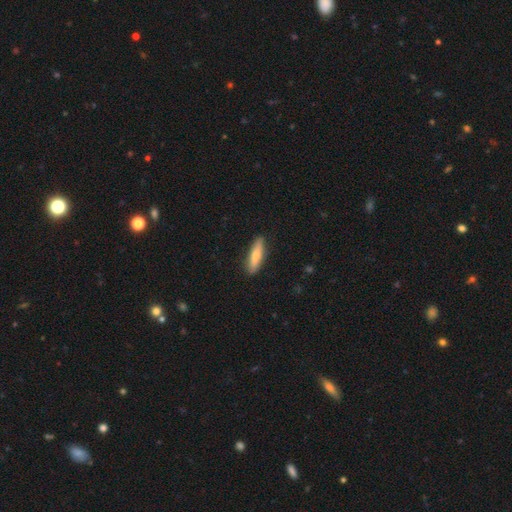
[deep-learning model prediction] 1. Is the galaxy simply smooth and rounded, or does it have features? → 73% smooth, 21% featured or disk, 5% star or artifact.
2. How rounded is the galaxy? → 72% cigar-shaped, 26% in between, 2% round.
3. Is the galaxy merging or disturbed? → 88% none, 9% minor disturbance, 2% major disturbance, 1% merger.